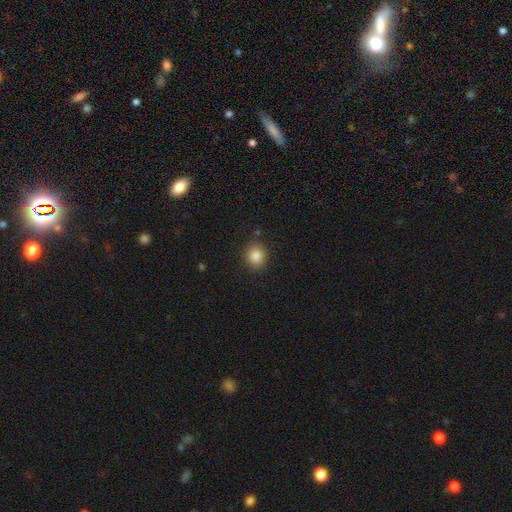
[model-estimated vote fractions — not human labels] Overall: smooth (85%). How rounded: round (74%). Merging: none (86%).